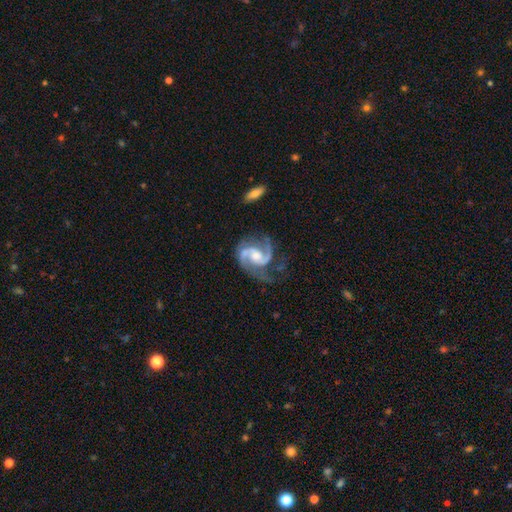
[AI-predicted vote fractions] smooth_or_featured: featured or disk (p=0.93) [alt: star or artifact p=0.04]
disk_edge_on: no (p=0.98) [alt: yes p=0.02]
bar: no (p=0.47) [alt: weak p=0.41]
has_spiral_arms: yes (p=0.98) [alt: no p=0.02]
spiral_winding: medium (p=0.60) [alt: tight p=0.22]
spiral_arm_count: 2 (p=0.86) [alt: 3 p=0.07]
bulge_size: moderate (p=0.54) [alt: small p=0.29]
merging: none (p=0.59) [alt: minor disturbance p=0.22]